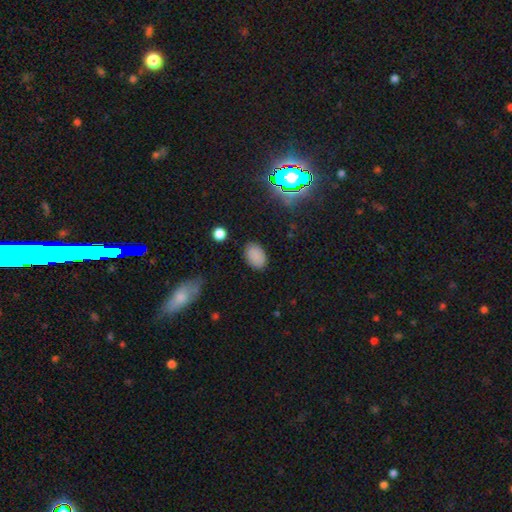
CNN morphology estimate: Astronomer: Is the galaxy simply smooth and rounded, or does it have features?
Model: smooth — 84%.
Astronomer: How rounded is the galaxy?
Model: in between — 87%.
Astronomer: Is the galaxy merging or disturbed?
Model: none — 85%.